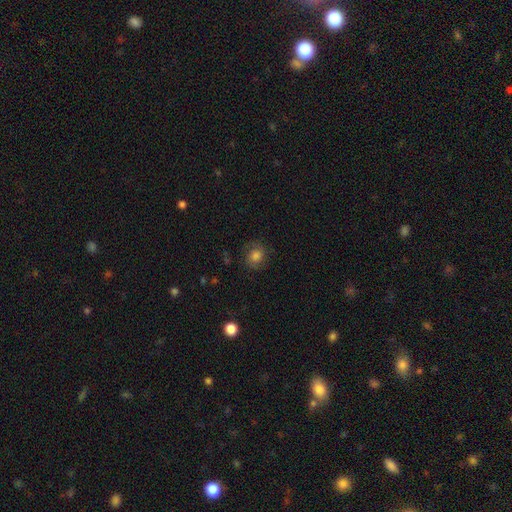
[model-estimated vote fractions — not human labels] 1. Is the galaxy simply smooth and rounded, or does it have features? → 59% smooth, 28% featured or disk, 13% star or artifact.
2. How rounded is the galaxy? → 75% round, 24% in between, 1% cigar-shaped.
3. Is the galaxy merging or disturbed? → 77% none, 15% minor disturbance, 7% major disturbance, 1% merger.